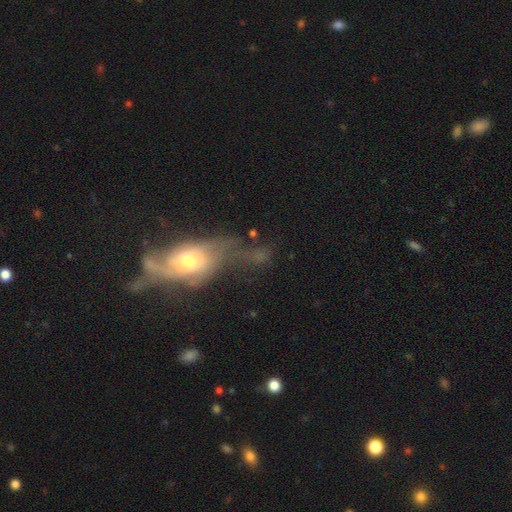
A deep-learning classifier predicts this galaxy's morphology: Smooth or featured? Predicted: featured or disk (p=0.59). Edge-on disk? Predicted: no (p=0.82). Merging? Predicted: major disturbance (p=0.38).